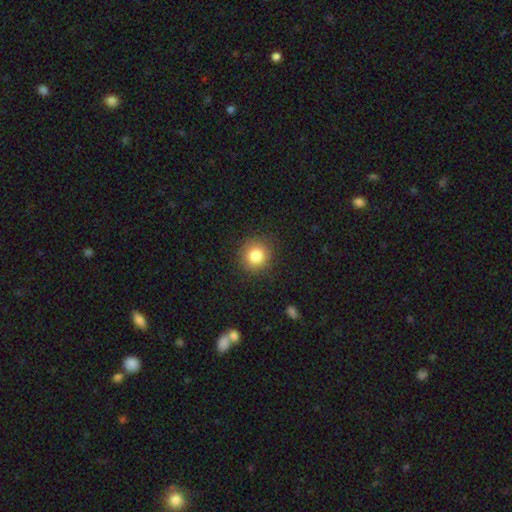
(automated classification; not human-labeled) Smooth or featured: smooth — 84% (star or artifact — 10%)
How rounded: round — 91% (in between — 8%)
Merging: none — 89% (minor disturbance — 7%)